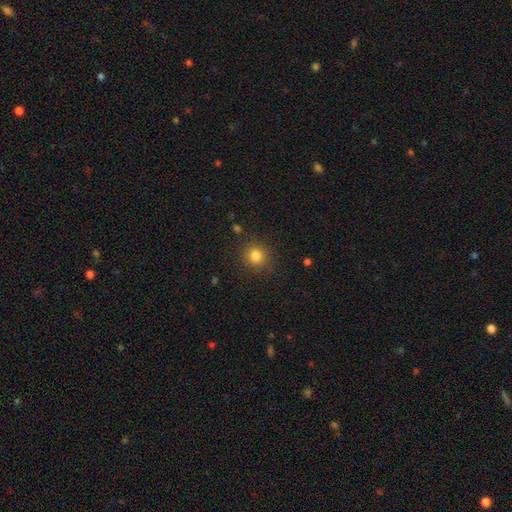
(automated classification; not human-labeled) This is clearly a smooth galaxy (82%). How rounded: clearly round (90%). Merging: clearly none (87%).